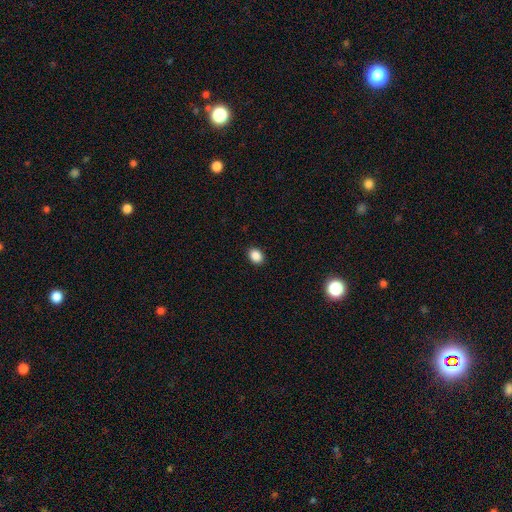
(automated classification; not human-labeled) Smooth or featured?
  - smooth: 88% *
  - star or artifact: 9%
  - featured or disk: 3%
How rounded?
  - in between: 55% *
  - round: 44%
  - cigar-shaped: 1%
Merging?
  - none: 91% *
  - minor disturbance: 6%
  - major disturbance: 2%
  - merger: 1%